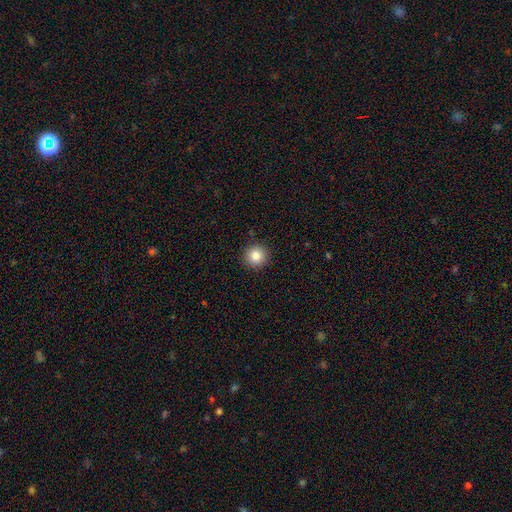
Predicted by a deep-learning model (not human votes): Q: Smooth or featured?
A: smooth (84%); runner-up: star or artifact (10%)
Q: How rounded?
A: round (94%); runner-up: in between (5%)
Q: Merging?
A: none (92%); runner-up: minor disturbance (5%)